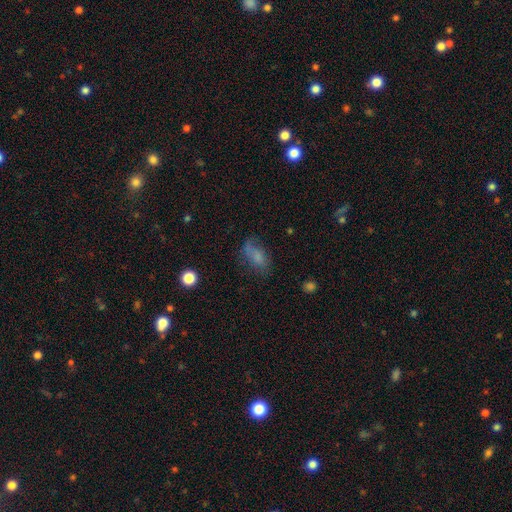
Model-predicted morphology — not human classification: A smooth galaxy with no disk features (67%) that is in between round and cigar-shaped (85%).

Vote fractions:
- Smooth or featured? smooth: 67% / featured or disk: 21% / star or artifact: 12%
- How rounded? in between: 85% / round: 8% / cigar-shaped: 8%
- Merging? none: 50% / minor disturbance: 27% / major disturbance: 19% / merger: 4%